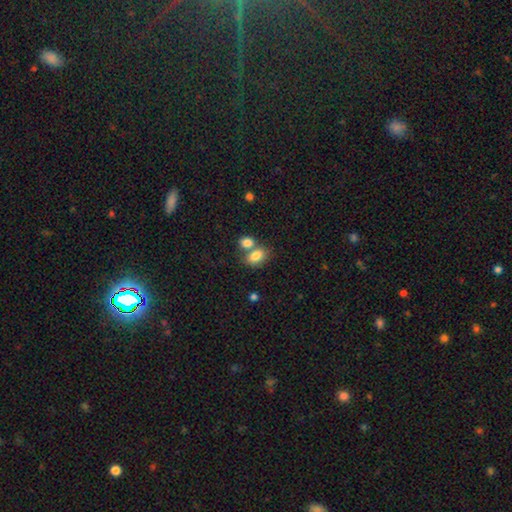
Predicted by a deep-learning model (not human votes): smooth_or_featured: smooth (p=0.82) [alt: featured or disk p=0.09]
how_rounded: in between (p=0.82) [alt: round p=0.16]
merging: merger (p=0.45) [alt: none p=0.41]